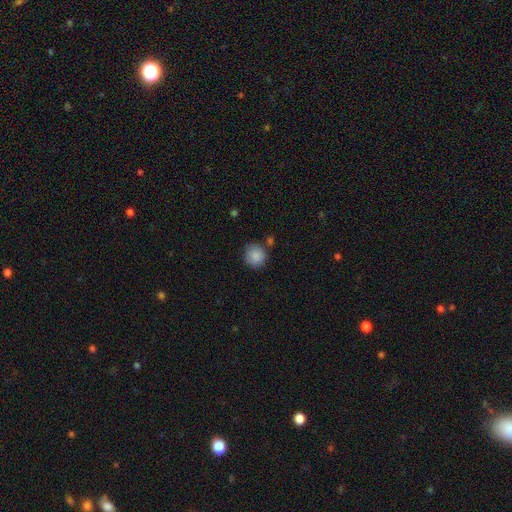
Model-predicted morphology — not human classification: A smooth galaxy with no disk features (88%) that is round (91%).

Vote fractions:
- Smooth or featured? smooth: 88% / star or artifact: 8% / featured or disk: 5%
- How rounded? round: 91% / in between: 8% / cigar-shaped: 1%
- Merging? none: 79% / minor disturbance: 13% / merger: 5% / major disturbance: 3%